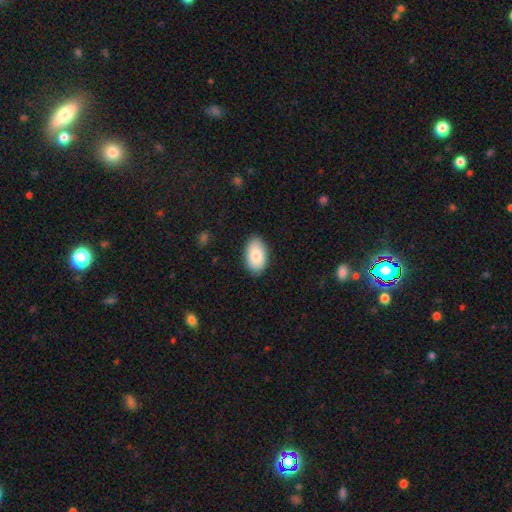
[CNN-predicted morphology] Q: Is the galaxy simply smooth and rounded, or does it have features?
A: smooth — 83%.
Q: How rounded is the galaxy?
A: in between — 94%.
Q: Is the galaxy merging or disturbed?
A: none — 86%.